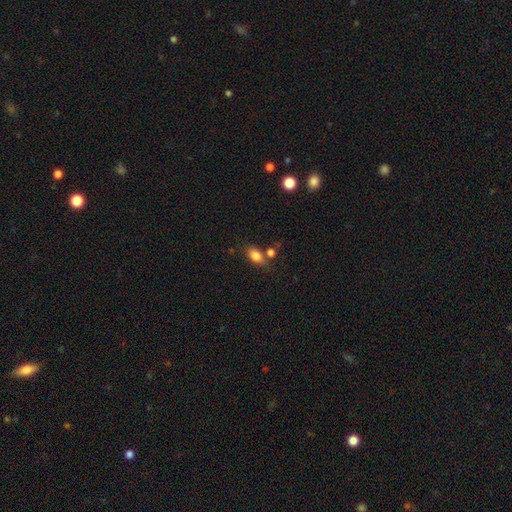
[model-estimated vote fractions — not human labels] Smooth or featured? Predicted: smooth (p=0.83). How rounded? Predicted: in between (p=0.85). Merging? Predicted: none (p=0.63).